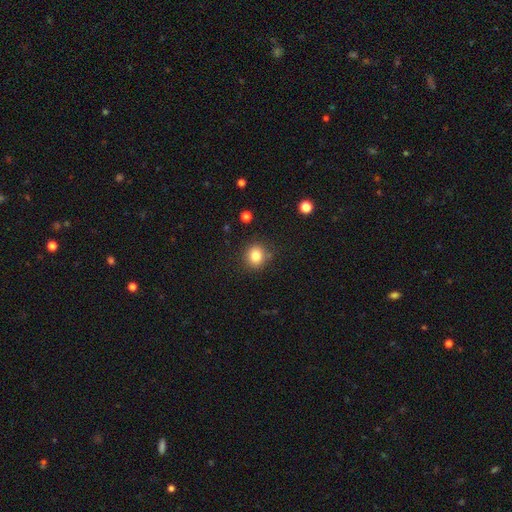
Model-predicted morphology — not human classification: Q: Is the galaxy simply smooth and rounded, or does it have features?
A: smooth — 83%.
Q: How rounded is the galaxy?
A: round — 82%.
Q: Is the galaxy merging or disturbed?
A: none — 85%.